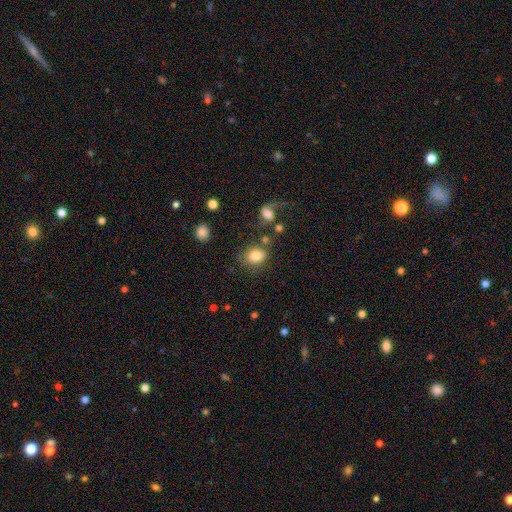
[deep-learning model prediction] Morphology: type=smooth (80%); roundness=round (52%); merging=none (64%).